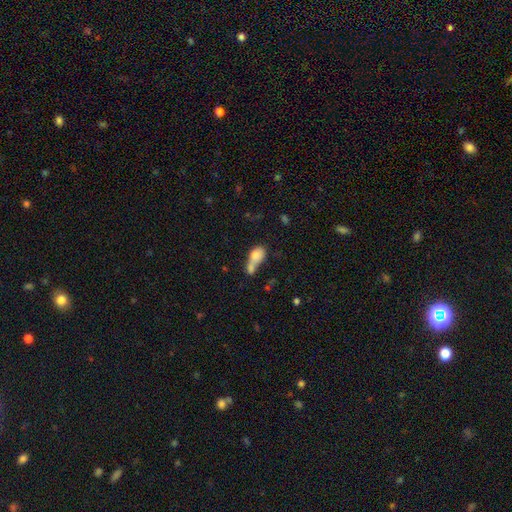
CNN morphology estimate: This is likely a smooth galaxy (72%). How rounded: likely in between (71%). Merging: likely merger (63%).